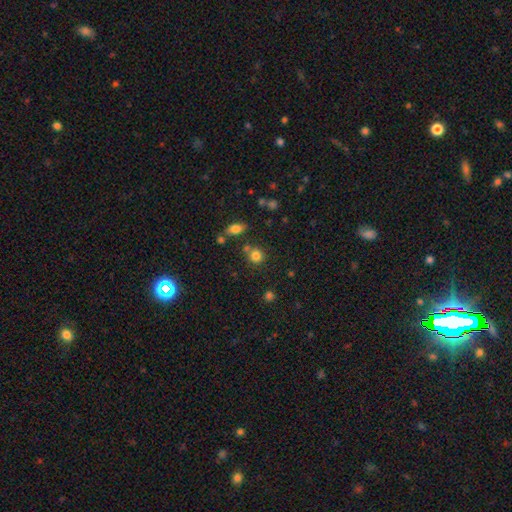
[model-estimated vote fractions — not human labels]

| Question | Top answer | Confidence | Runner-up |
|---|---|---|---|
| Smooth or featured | smooth | 81% | star or artifact (13%) |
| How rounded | round | 86% | in between (13%) |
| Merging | none | 70% | merger (16%) |